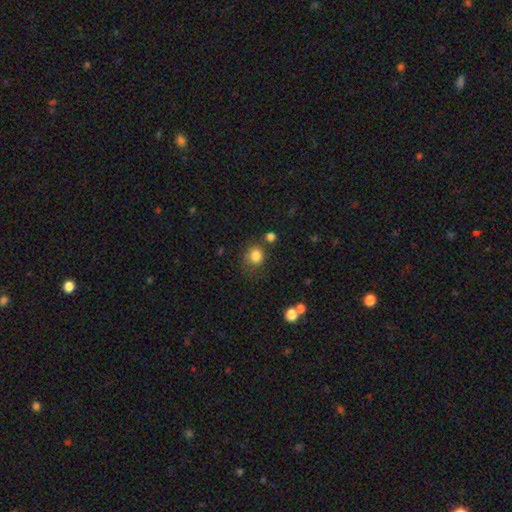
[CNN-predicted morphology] Smooth or featured? Predicted: smooth (p=0.82). How rounded? Predicted: round (p=0.75). Merging? Predicted: none (p=0.63).